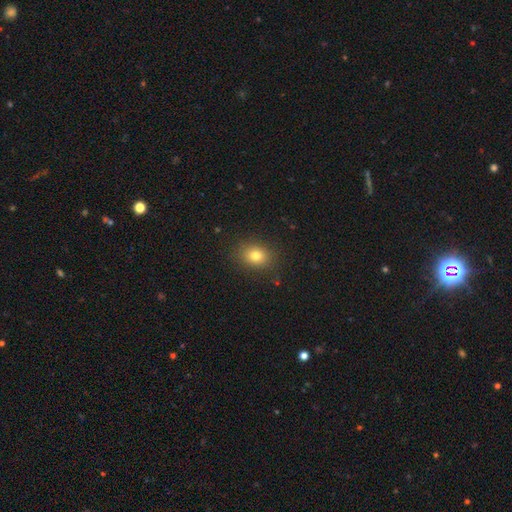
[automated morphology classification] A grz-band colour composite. It shows a smooth galaxy with no disk features (80%) that is in between round and cigar-shaped (50%). Merging: none (87%).